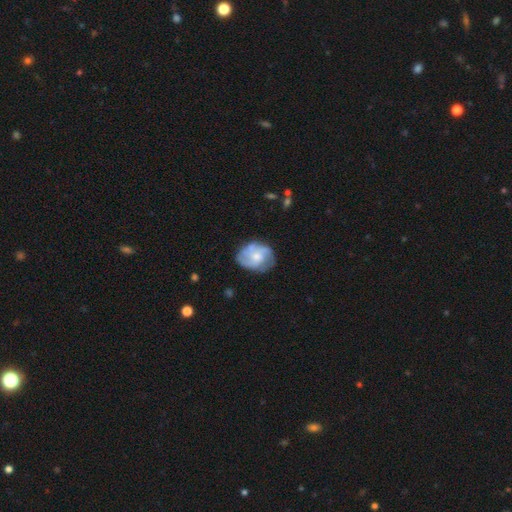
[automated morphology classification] This is likely a featured or disk galaxy (65%). It is clearly not viewed edge-on (98%). Bar: likely no (74%). Spiral arm pattern: likely yes (78%). Central bulge: possibly moderate (48%). Merging: likely none (65%).